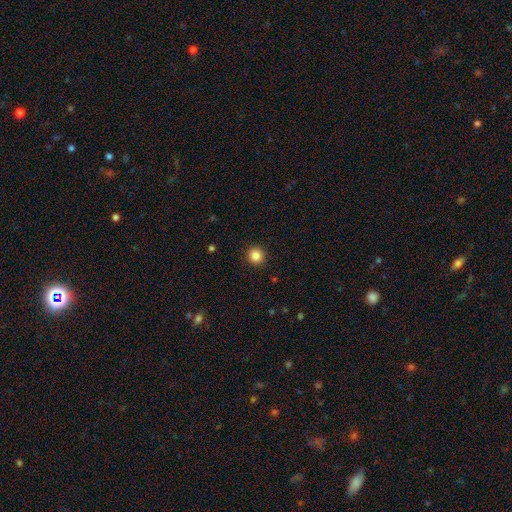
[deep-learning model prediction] Morphology: type=smooth (86%); roundness=round (93%); merging=none (92%).